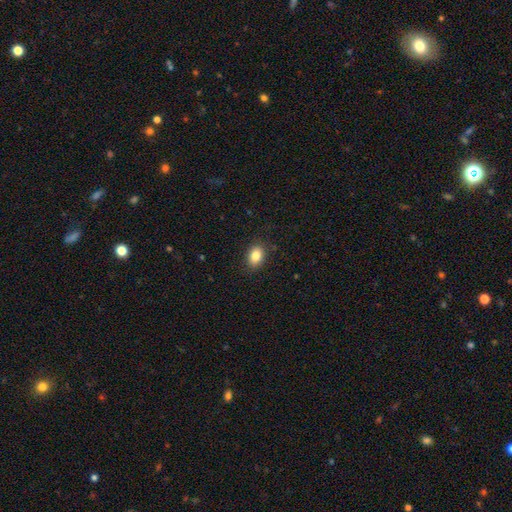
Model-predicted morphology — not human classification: Smooth or featured: smooth — 85% (star or artifact — 9%)
How rounded: in between — 76% (round — 23%)
Merging: none — 86% (minor disturbance — 10%)